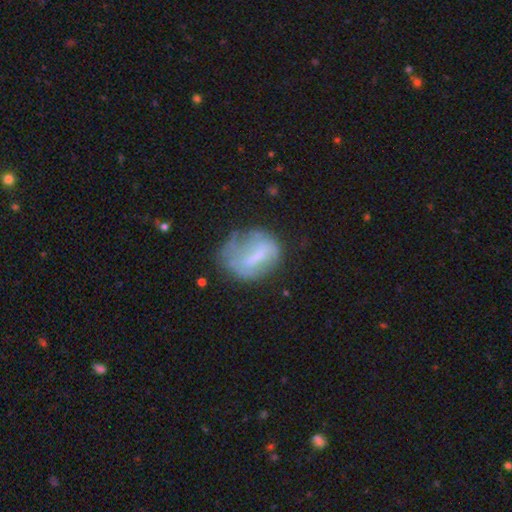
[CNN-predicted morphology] Smooth or featured? featured or disk (47%)
Merging? none (45%)